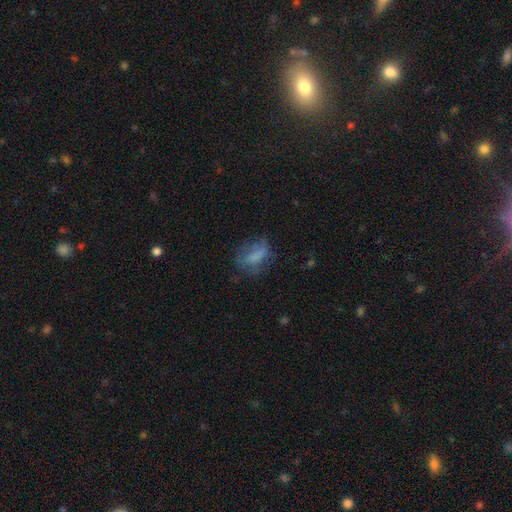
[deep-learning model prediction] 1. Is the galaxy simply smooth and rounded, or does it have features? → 61% smooth, 27% featured or disk, 13% star or artifact.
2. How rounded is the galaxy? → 75% in between, 14% cigar-shaped, 11% round.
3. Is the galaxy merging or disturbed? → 47% none, 26% minor disturbance, 25% major disturbance, 3% merger.